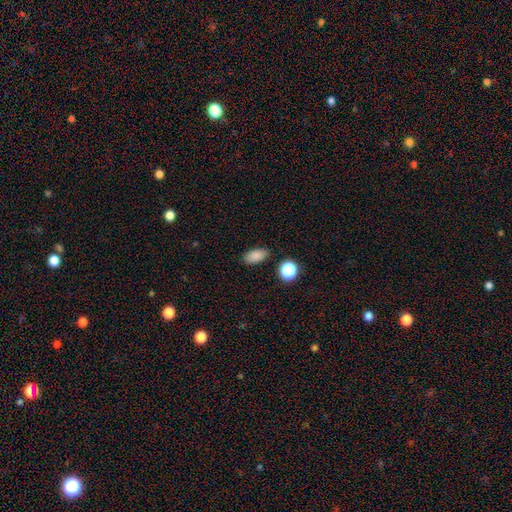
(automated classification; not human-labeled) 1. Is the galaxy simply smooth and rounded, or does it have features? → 85% smooth, 11% star or artifact, 5% featured or disk.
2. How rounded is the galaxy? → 90% in between, 7% round, 3% cigar-shaped.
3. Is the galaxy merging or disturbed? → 87% none, 9% minor disturbance, 2% major disturbance, 2% merger.